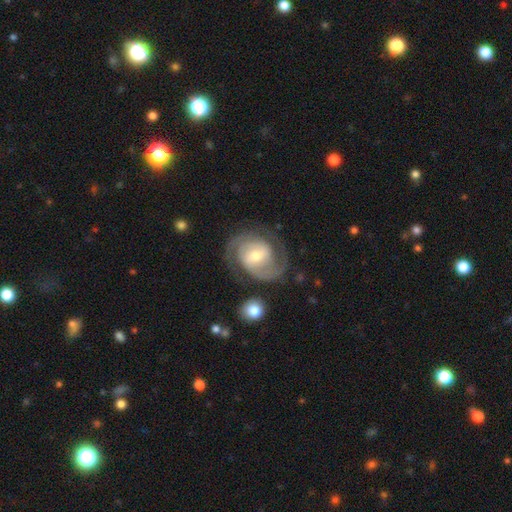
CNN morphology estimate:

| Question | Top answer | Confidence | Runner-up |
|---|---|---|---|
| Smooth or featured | featured or disk | 88% | smooth (8%) |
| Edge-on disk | no | 98% | yes (2%) |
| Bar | weak | 50% | no (31%) |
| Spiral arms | yes | 96% | no (4%) |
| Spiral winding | medium | 46% | tight (44%) |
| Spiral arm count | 2 | 84% | can't tell (6%) |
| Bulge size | moderate | 59% | small (34%) |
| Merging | none | 74% | minor disturbance (15%) |